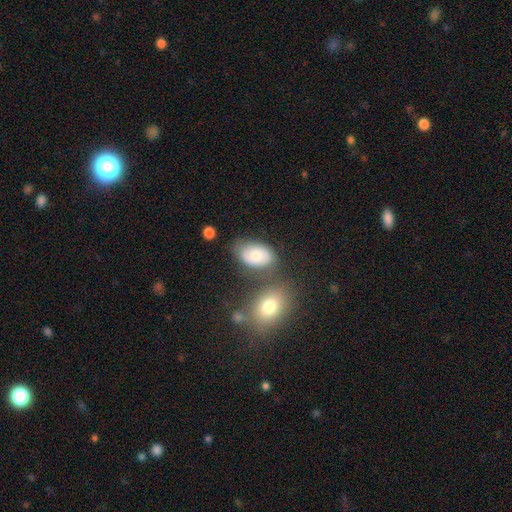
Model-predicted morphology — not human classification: Smooth or featured: smooth — 62% (featured or disk — 29%)
How rounded: in between — 86% (round — 12%)
Merging: none — 61% (minor disturbance — 19%)